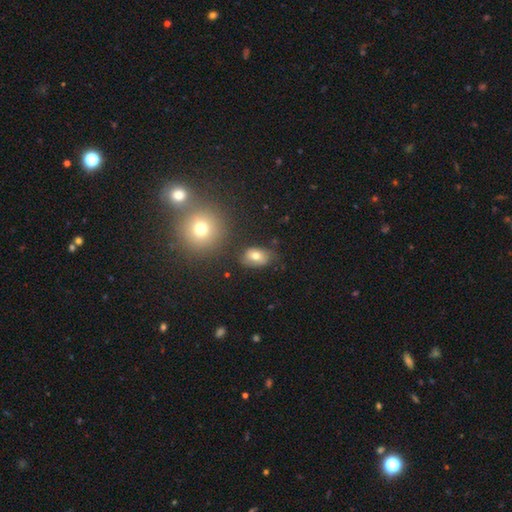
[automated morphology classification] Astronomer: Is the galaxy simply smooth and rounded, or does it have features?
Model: smooth — 70%.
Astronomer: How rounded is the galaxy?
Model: in between — 80%.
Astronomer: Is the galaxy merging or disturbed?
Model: none — 69%.